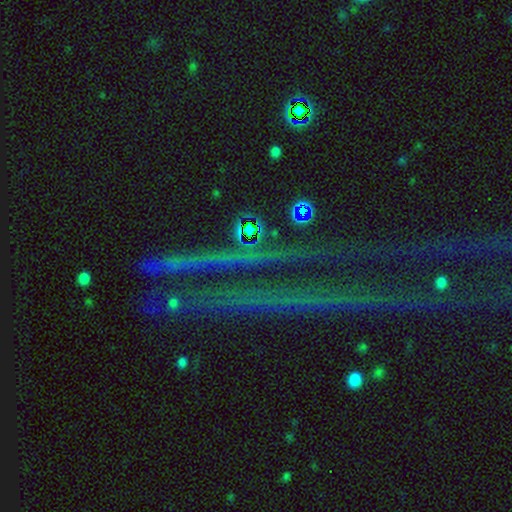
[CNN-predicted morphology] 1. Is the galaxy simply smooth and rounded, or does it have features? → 79% star or artifact, 12% featured or disk, 9% smooth.